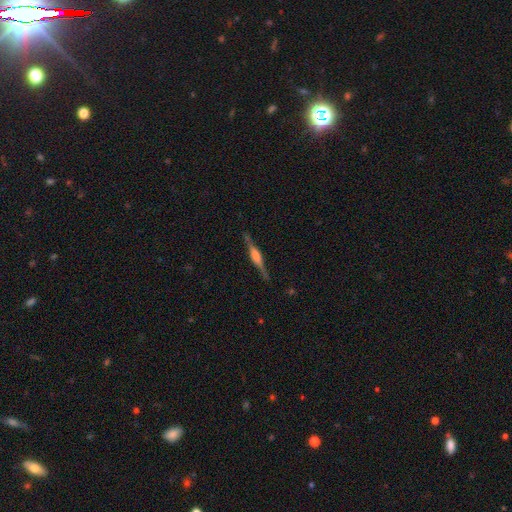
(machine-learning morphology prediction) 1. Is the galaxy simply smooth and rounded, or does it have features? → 77% featured or disk, 17% smooth, 6% star or artifact.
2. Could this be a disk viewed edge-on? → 98% yes, 2% no.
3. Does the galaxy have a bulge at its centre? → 49% rounded, 45% boxy, 6% none.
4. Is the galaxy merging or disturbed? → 86% none, 10% minor disturbance, 3% major disturbance, 1% merger.